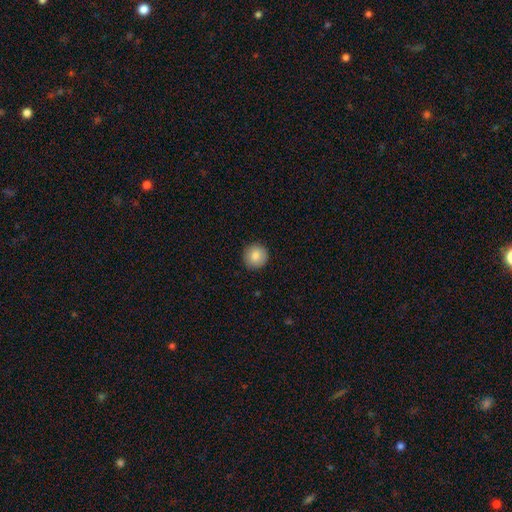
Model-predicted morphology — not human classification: The model was most divided on "smooth or featured": smooth: 84%, star or artifact: 8%, featured or disk: 8%. More confident: how rounded — round (95%); merging — none (92%).